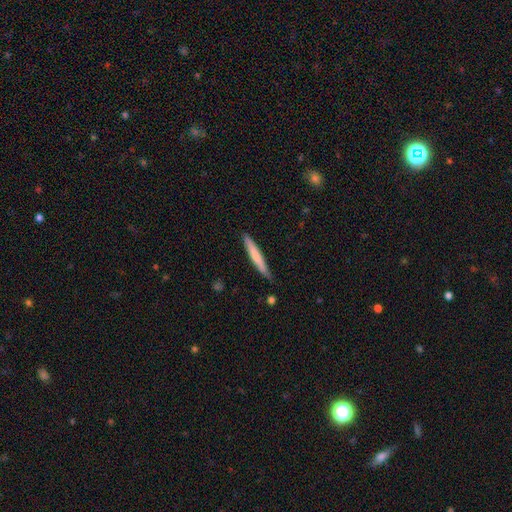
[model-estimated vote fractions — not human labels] smooth 65%, featured or disk 29%, star or artifact 5%. Down the decision tree: how rounded — cigar-shaped (95%); merging — none (85%).